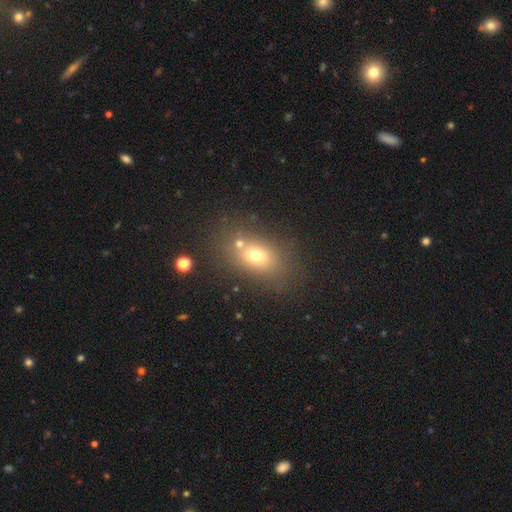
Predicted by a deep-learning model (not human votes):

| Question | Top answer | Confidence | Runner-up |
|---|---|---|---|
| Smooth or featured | smooth | 68% | star or artifact (17%) |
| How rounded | in between | 70% | round (28%) |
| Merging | none | 68% | merger (14%) |